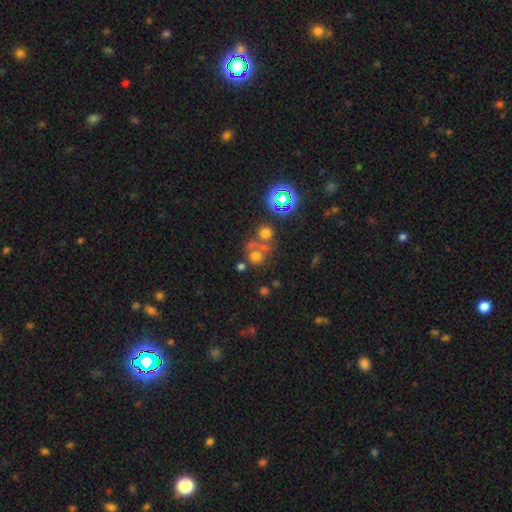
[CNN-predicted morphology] Q: Smooth or featured?
A: smooth (56%); runner-up: star or artifact (30%)
Q: How rounded?
A: round (80%); runner-up: in between (18%)
Q: Merging?
A: none (46%); runner-up: merger (34%)